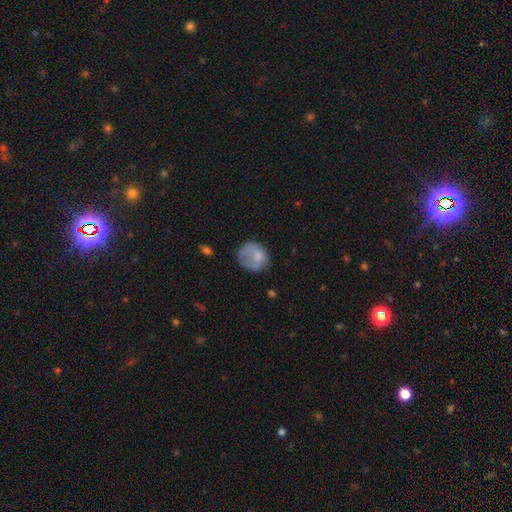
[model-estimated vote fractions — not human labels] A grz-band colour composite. It shows a smooth galaxy with no disk features (69%) that is round (70%). Merging: none (44%).